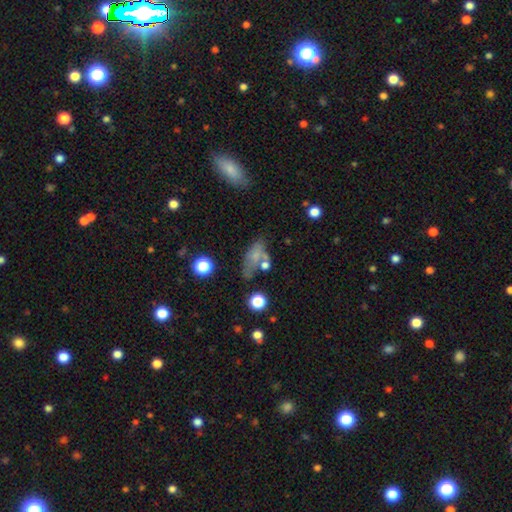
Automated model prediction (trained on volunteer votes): A smooth galaxy with no disk features (62%) that is in between round and cigar-shaped (80%). Merging: none (41%).